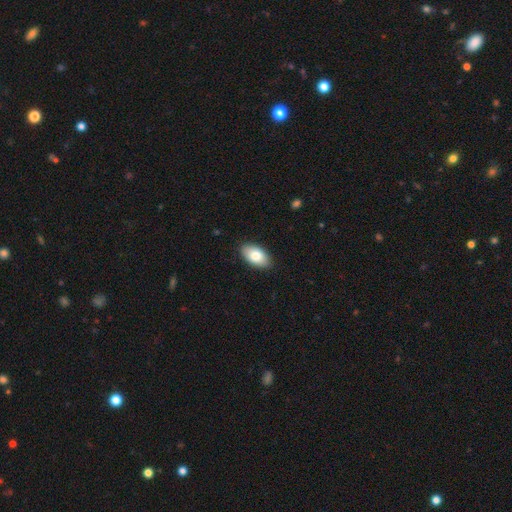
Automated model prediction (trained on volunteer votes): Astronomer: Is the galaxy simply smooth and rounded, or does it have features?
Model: smooth — 83%.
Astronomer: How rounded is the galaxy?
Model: in between — 95%.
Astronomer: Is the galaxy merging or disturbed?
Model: none — 88%.